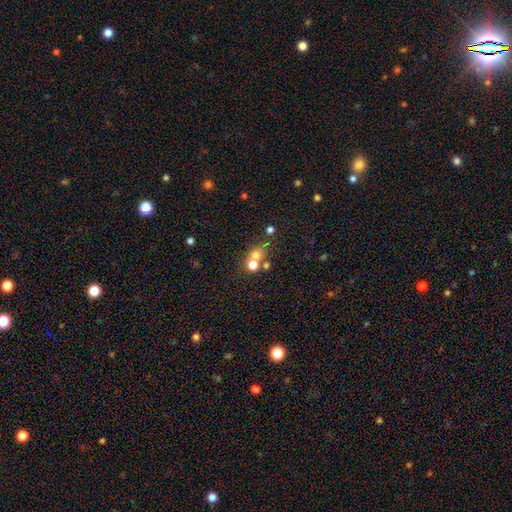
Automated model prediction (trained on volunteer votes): The model was most divided on "merging": merger: 45%, none: 42%, minor disturbance: 8%, major disturbance: 5%. More confident: how rounded — round (76%); smooth or featured — smooth (64%).